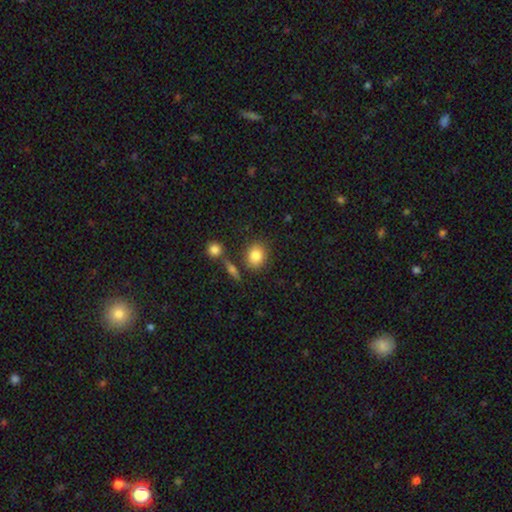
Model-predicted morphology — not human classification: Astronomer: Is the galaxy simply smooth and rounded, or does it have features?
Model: smooth — 83%.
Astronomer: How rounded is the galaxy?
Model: round — 66%.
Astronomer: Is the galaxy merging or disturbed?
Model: none — 77%.